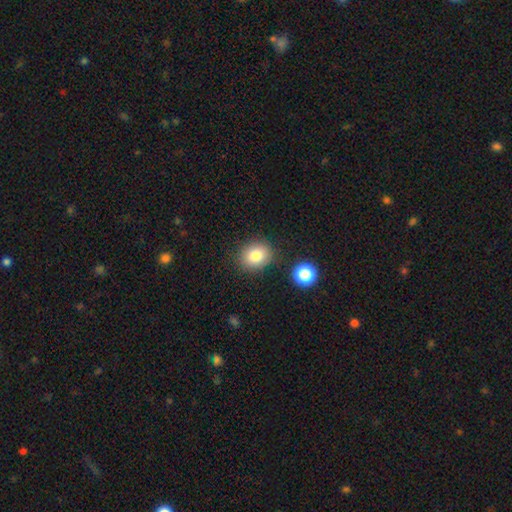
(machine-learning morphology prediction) Q: Smooth or featured?
A: smooth (82%); runner-up: star or artifact (10%)
Q: How rounded?
A: round (54%); runner-up: in between (45%)
Q: Merging?
A: none (82%); runner-up: minor disturbance (10%)